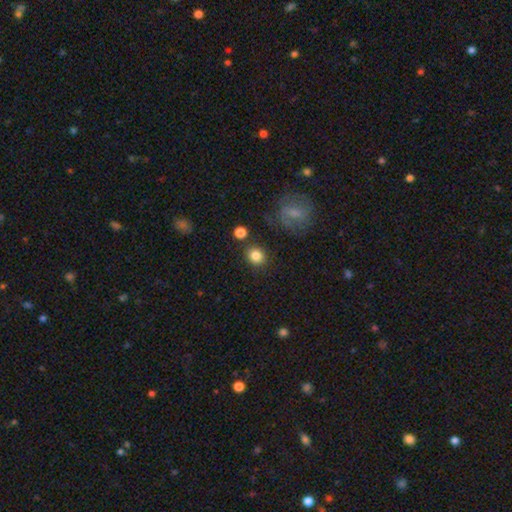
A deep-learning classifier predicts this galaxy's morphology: A smooth galaxy with no disk features (83%) that is round (74%).

Vote fractions:
- Smooth or featured? smooth: 83% / star or artifact: 10% / featured or disk: 6%
- How rounded? round: 74% / in between: 25% / cigar-shaped: 1%
- Merging? none: 81% / minor disturbance: 10% / merger: 6% / major disturbance: 4%